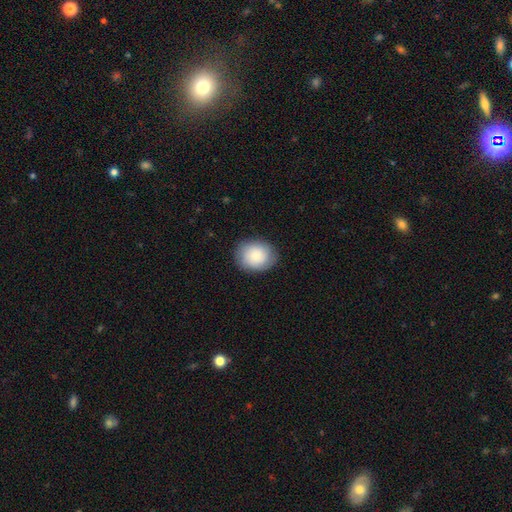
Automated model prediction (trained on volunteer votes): Smooth or featured? Predicted: smooth (p=0.84). How rounded? Predicted: round (p=0.58). Merging? Predicted: none (p=0.85).